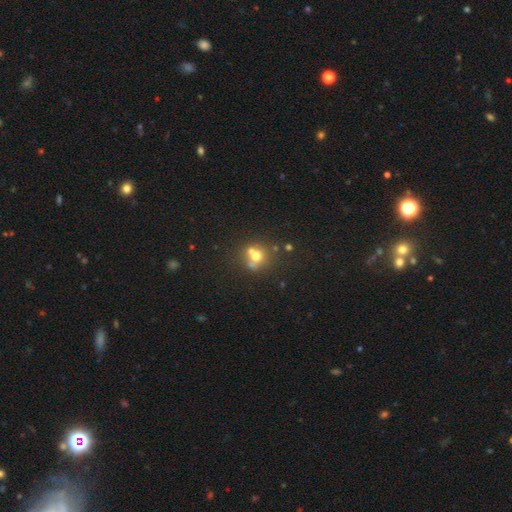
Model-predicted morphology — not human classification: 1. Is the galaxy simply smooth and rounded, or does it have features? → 61% smooth, 22% featured or disk, 17% star or artifact.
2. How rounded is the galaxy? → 79% round, 20% in between, 1% cigar-shaped.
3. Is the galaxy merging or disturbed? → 42% none (tied), 42% merger (tied), 10% minor disturbance, 5% major disturbance.